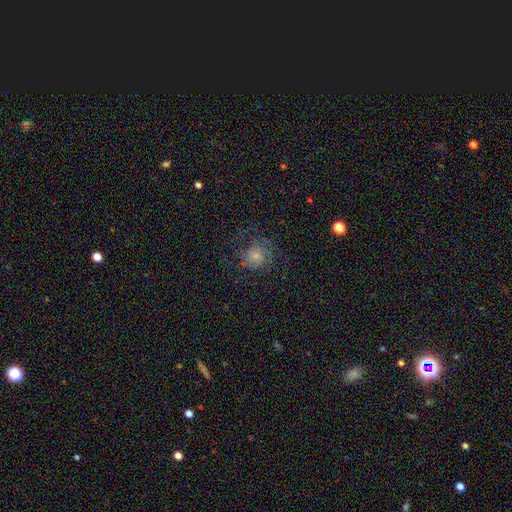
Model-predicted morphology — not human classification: featured or disk 56%, smooth 27%, star or artifact 16%. Down the decision tree: edge-on disk — no (97%); bar — no (73%); spiral arms — yes (89%); bulge size — small (41%); merging — none (68%).